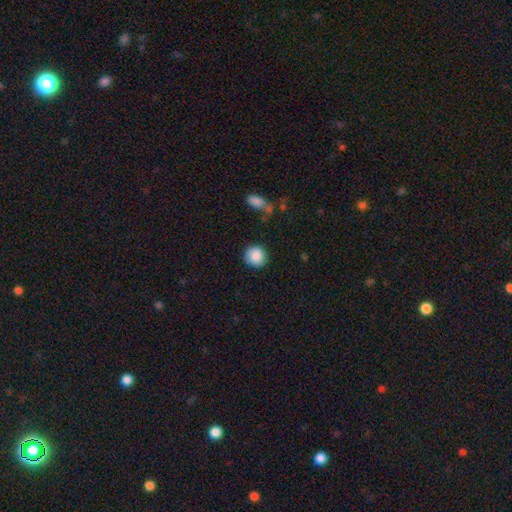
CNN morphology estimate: Smooth or featured?
  - smooth: 88% *
  - star or artifact: 8%
  - featured or disk: 4%
How rounded?
  - round: 91% *
  - in between: 8%
  - cigar-shaped: 1%
Merging?
  - none: 85% *
  - minor disturbance: 10%
  - major disturbance: 3%
  - merger: 2%